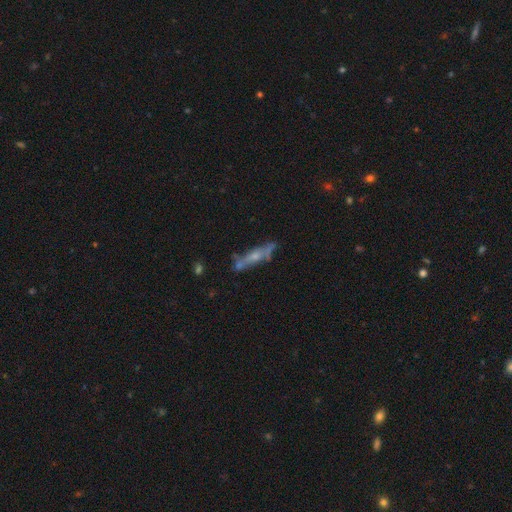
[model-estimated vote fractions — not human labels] featured or disk 62%, smooth 29%, star or artifact 9%. Down the decision tree: edge-on disk — yes (67%); merging — none (57%).